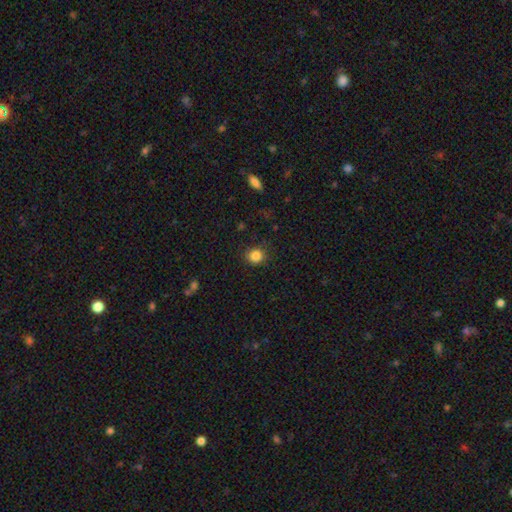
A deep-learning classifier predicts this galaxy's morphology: Smooth or featured? smooth (84%)
How rounded? round (85%)
Merging? none (86%)